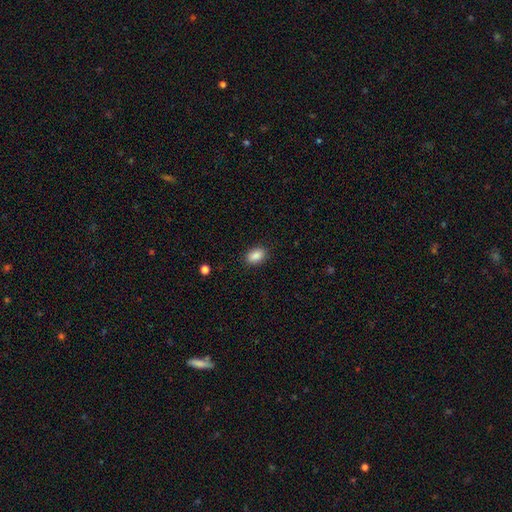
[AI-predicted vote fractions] smooth-or-featured: smooth: 89% | star or artifact: 8% | featured or disk: 4%
  how-rounded: in between: 87% | round: 12% | cigar-shaped: 1%
  merging: none: 88% | minor disturbance: 8% | major disturbance: 2% | merger: 1%